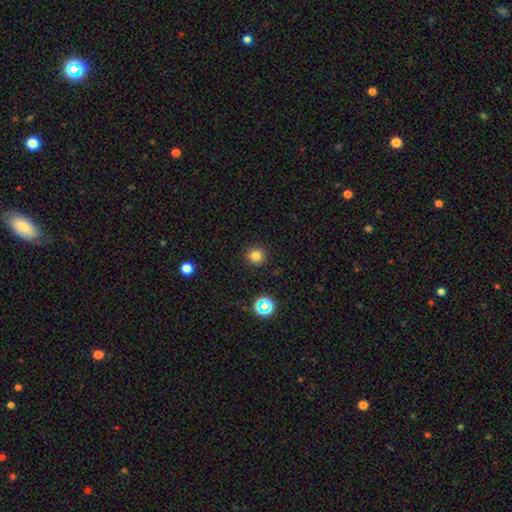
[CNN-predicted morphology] A smooth galaxy with no disk features (78%) that is round (93%).

Vote fractions:
- Smooth or featured? smooth: 78% / star or artifact: 17% / featured or disk: 6%
- How rounded? round: 93% / in between: 6% / cigar-shaped: 1%
- Merging? none: 90% / minor disturbance: 7% / major disturbance: 2% / merger: 1%